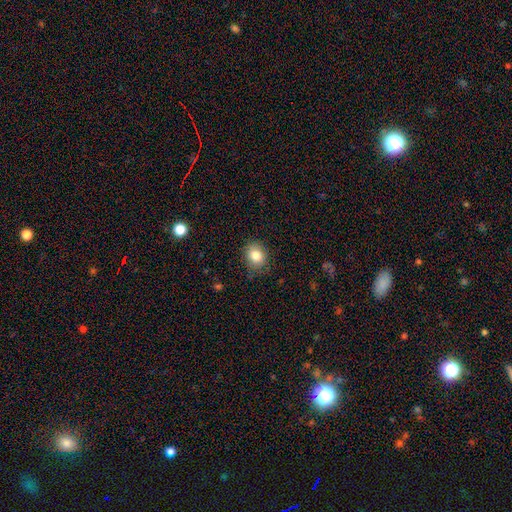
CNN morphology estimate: Overall: smooth (82%). How rounded: round (58%; in between 41%). Merging: none (81%).